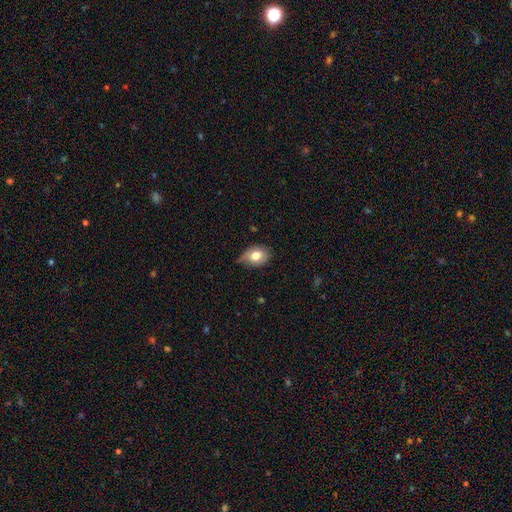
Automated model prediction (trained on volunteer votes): Smooth or featured?
  - smooth: 75% *
  - featured or disk: 17%
  - star or artifact: 8%
How rounded?
  - in between: 65% *
  - round: 33%
  - cigar-shaped: 1%
Merging?
  - none: 53% *
  - minor disturbance: 37%
  - major disturbance: 8%
  - merger: 2%